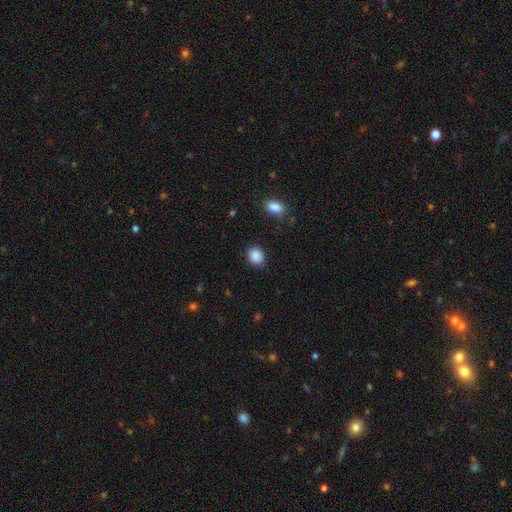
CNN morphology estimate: Smooth or featured? Predicted: smooth (p=0.88). How rounded? Predicted: round (p=0.63). Merging? Predicted: none (p=0.84).